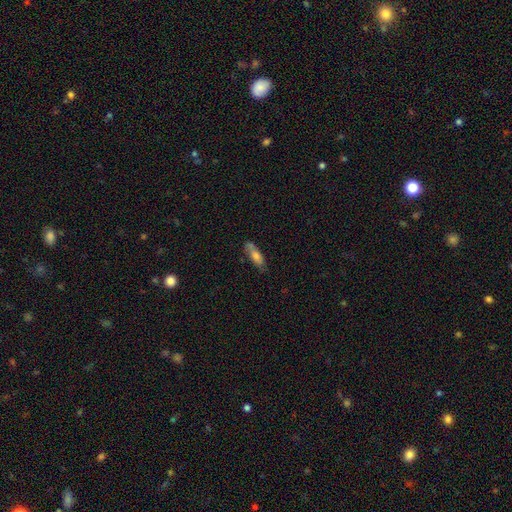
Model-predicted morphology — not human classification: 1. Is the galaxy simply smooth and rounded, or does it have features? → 63% smooth, 29% featured or disk, 8% star or artifact.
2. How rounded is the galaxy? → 55% in between, 42% cigar-shaped, 2% round.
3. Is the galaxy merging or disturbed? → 68% none, 21% minor disturbance, 6% merger, 5% major disturbance.